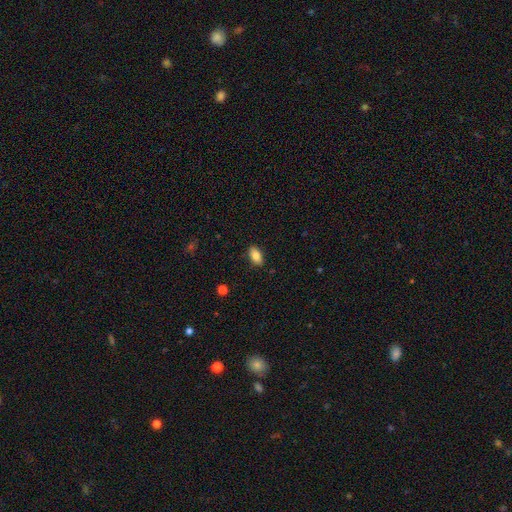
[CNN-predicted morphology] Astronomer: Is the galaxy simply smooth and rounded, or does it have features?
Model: smooth — 83%.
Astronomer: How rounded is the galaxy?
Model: in between — 92%.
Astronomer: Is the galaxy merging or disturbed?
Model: none — 87%.